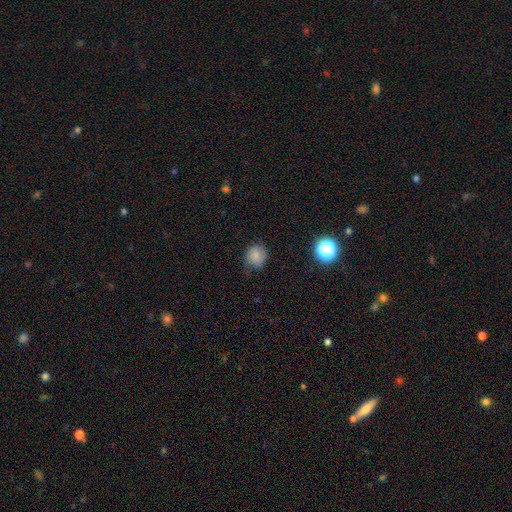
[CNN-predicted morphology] Smooth or featured: smooth — 76% (featured or disk — 13%)
How rounded: round — 75% (in between — 24%)
Merging: none — 67% (minor disturbance — 25%)